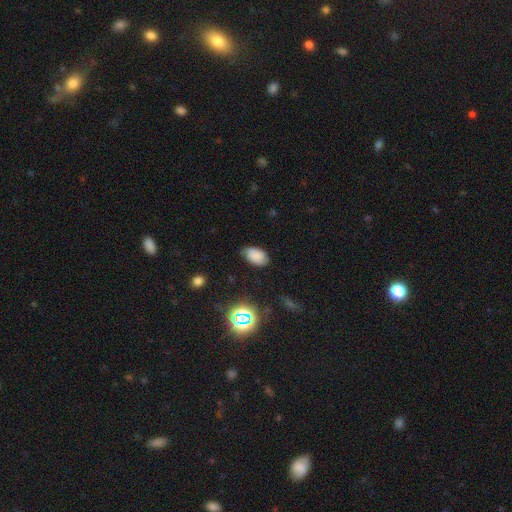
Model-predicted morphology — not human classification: smooth_or_featured: smooth (p=0.79) [alt: star or artifact p=0.12]
how_rounded: in between (p=0.92) [alt: round p=0.07]
merging: none (p=0.74) [alt: minor disturbance p=0.20]